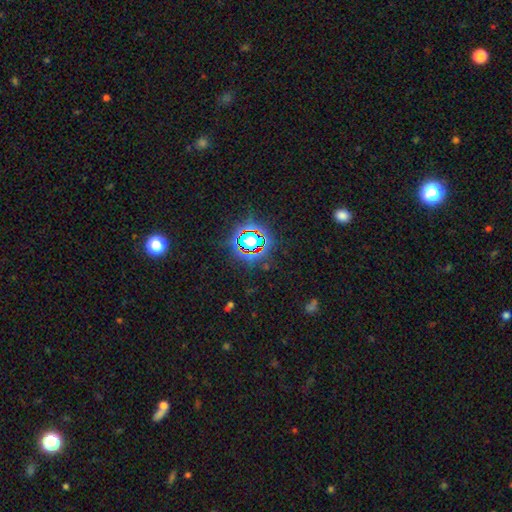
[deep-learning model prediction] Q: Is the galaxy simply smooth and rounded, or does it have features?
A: star or artifact — 80%.